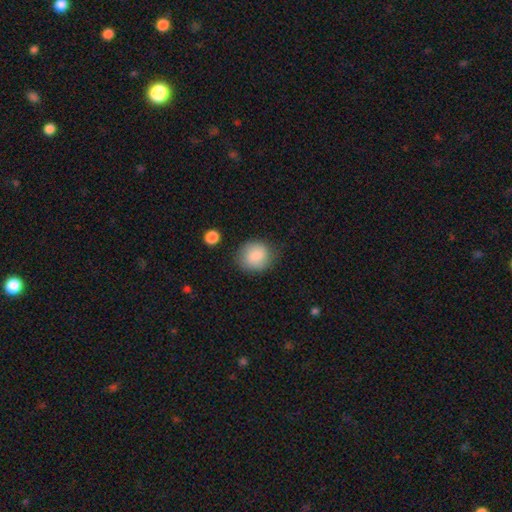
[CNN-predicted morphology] type=smooth (85%); roundness=round (76%); merging=none (75%).